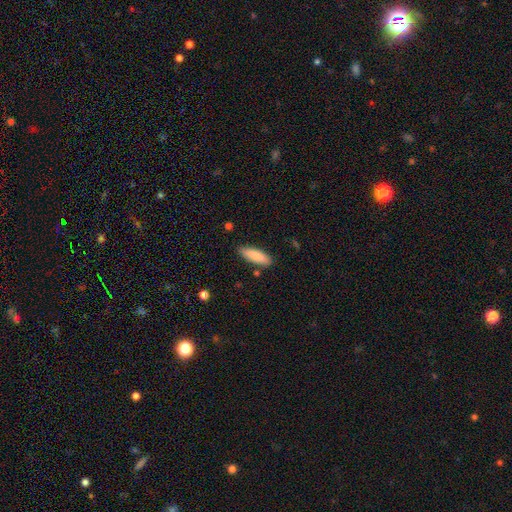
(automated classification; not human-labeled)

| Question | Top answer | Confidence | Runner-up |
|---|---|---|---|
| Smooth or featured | smooth | 86% | featured or disk (8%) |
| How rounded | cigar-shaped | 50% | in between (48%) |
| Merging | none | 84% | minor disturbance (11%) |